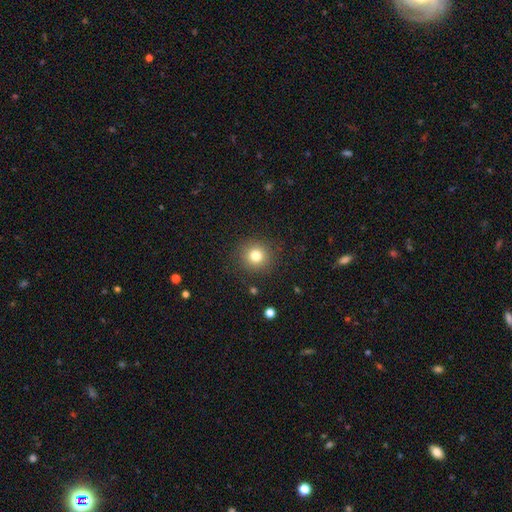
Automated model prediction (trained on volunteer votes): smooth-or-featured: smooth: 80% | star or artifact: 13% | featured or disk: 8%
  how-rounded: round: 92% | in between: 7% | cigar-shaped: 1%
  merging: none: 89% | minor disturbance: 7% | major disturbance: 3% | merger: 1%